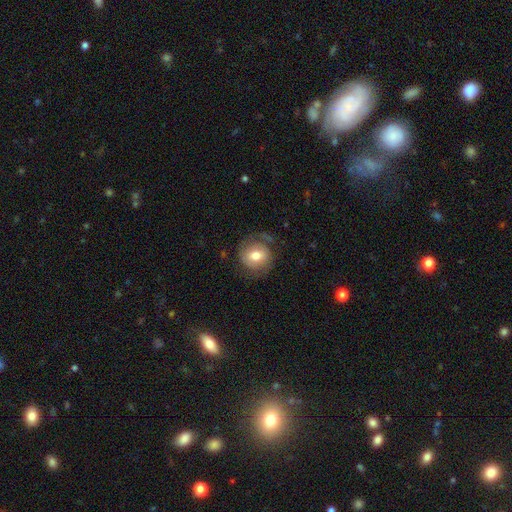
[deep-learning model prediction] Smooth or featured?
  - smooth: 63% *
  - featured or disk: 29%
  - star or artifact: 8%
How rounded?
  - round: 80% *
  - in between: 19%
  - cigar-shaped: 1%
Merging?
  - none: 69% *
  - minor disturbance: 19%
  - major disturbance: 11%
  - merger: 2%